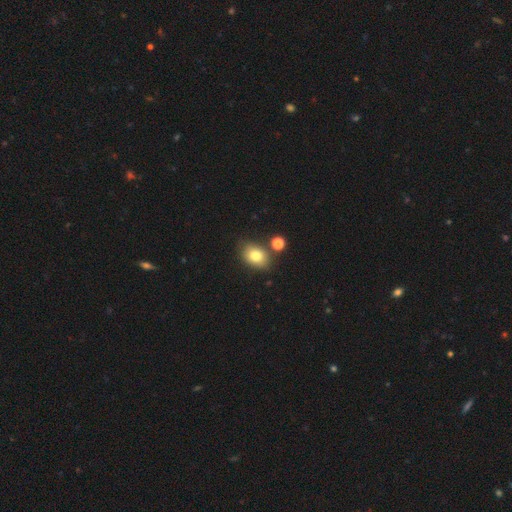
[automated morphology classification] This appears to be a smooth galaxy with no disk features (80%) that is in between round and cigar-shaped (70%). Merging: none (71%).